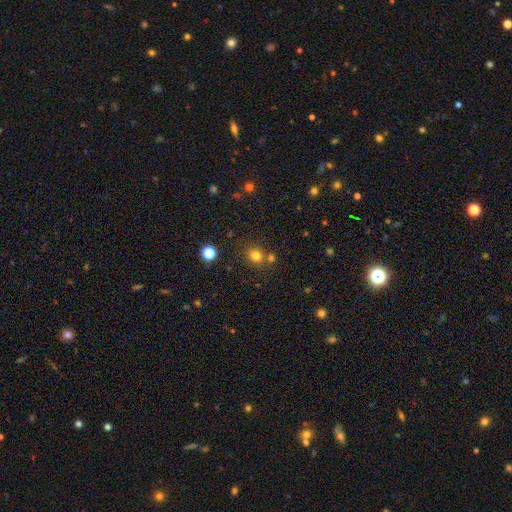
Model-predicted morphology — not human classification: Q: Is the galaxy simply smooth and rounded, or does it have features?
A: smooth — 78%.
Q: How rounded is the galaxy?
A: round — 74%.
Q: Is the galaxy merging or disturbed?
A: none — 71%.